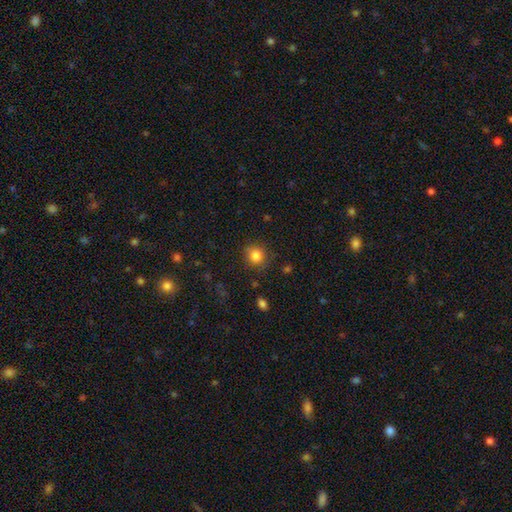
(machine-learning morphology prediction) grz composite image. It shows a smooth galaxy with no disk features (84%) that is round (88%). Merging: none (84%).